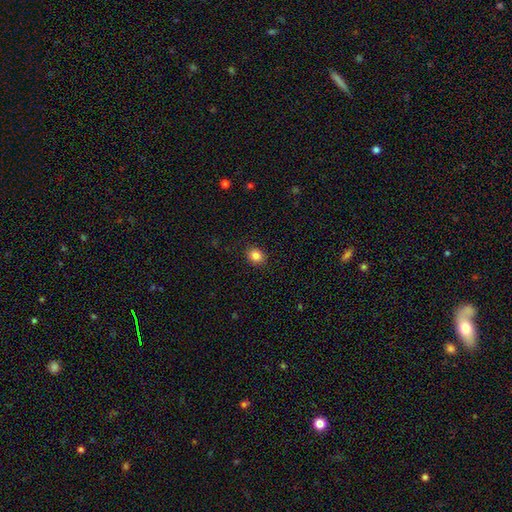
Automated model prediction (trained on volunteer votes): smooth 85%, star or artifact 10%, featured or disk 5%. Down the decision tree: how rounded — round (60%); merging — none (88%).